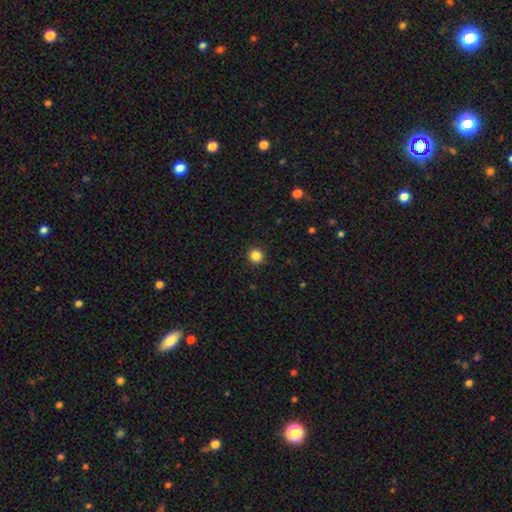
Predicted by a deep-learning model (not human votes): Smooth or featured? Predicted: smooth (p=0.85). How rounded? Predicted: round (p=0.94). Merging? Predicted: none (p=0.93).